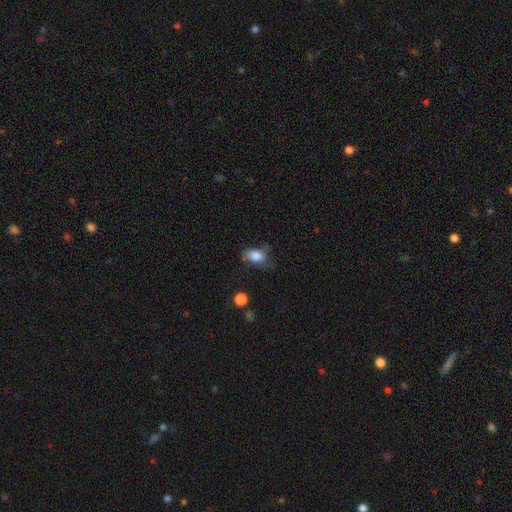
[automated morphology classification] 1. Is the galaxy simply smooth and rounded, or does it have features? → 83% smooth, 9% star or artifact, 9% featured or disk.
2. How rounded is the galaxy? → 82% in between, 16% round, 2% cigar-shaped.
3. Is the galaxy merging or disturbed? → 52% none, 32% minor disturbance, 13% major disturbance, 3% merger.